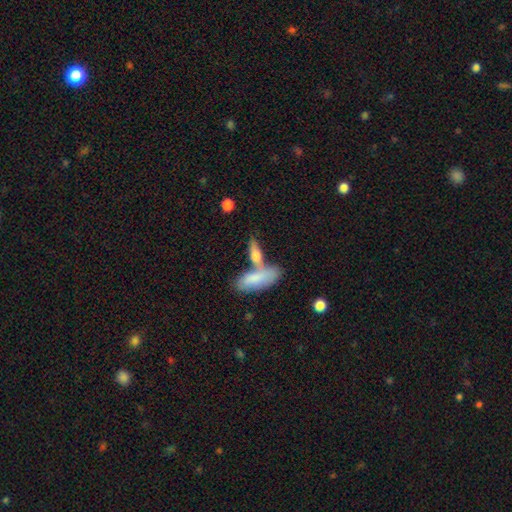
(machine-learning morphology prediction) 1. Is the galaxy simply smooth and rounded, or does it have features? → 69% smooth, 24% featured or disk, 7% star or artifact.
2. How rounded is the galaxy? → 54% in between, 42% cigar-shaped, 4% round.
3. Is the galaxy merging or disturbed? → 44% merger, 40% none, 11% minor disturbance, 5% major disturbance.